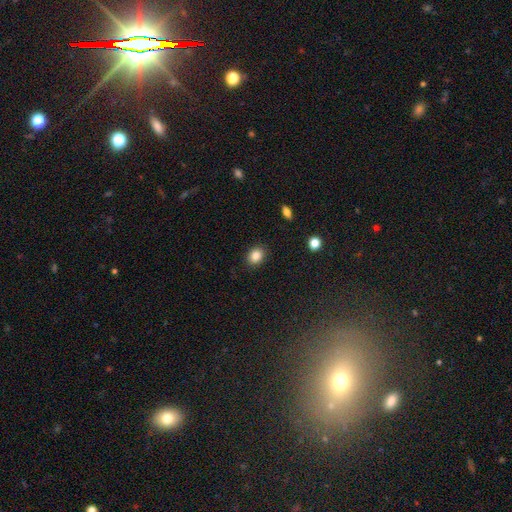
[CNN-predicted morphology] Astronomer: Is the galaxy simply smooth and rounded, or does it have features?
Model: smooth — 85%.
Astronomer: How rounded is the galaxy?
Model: in between — 52% (runner-up: round, 47%).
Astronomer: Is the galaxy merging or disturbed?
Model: none — 89%.